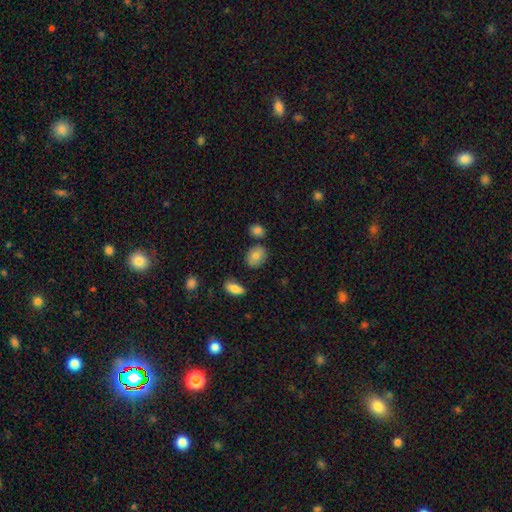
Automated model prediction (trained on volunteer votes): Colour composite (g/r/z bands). It shows a smooth galaxy with no disk features (80%) that is in between round and cigar-shaped (58%). Merging: none (74%).